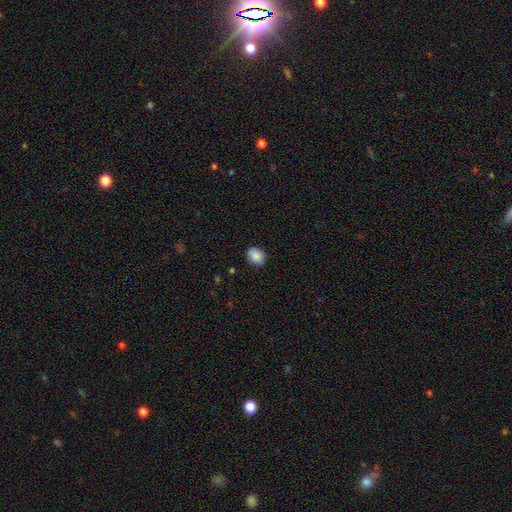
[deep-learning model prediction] Smooth or featured? smooth (88%)
How rounded? round (50%)
Merging? none (85%)